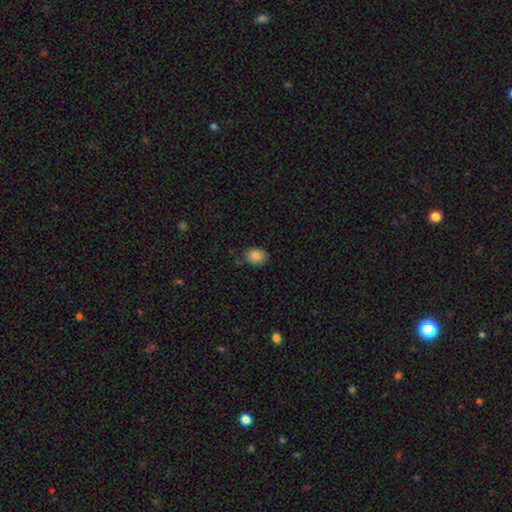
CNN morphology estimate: Smooth or featured? smooth (85%)
How rounded? in between (50%)
Merging? none (82%)